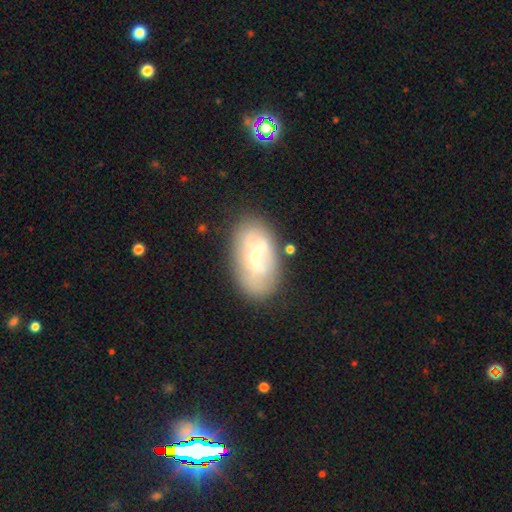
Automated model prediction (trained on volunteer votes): This appears to be a featured or disk galaxy (53%). Merging: none (65%).